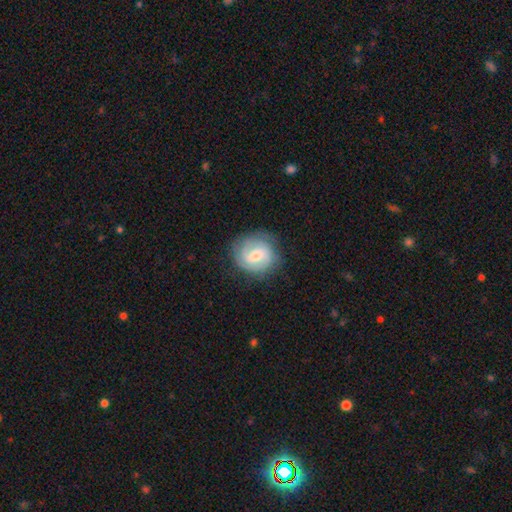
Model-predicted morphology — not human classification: featured or disk 64%, smooth 30%, star or artifact 6%. Down the decision tree: edge-on disk — no (98%); bar — weak (58%); spiral arms — yes (88%); spiral arm count — 2 (56%); spiral winding — tight (48%); bulge size — moderate (50%); merging — none (75%).